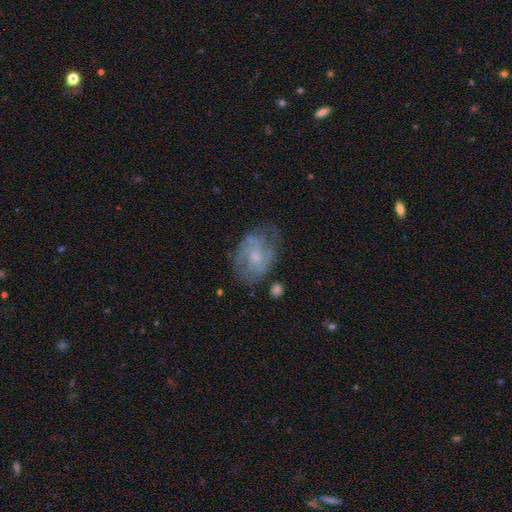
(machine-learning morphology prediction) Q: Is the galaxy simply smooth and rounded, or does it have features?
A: featured or disk — 66%.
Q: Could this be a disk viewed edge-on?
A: no — 97%.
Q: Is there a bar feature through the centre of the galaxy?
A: no — 71%.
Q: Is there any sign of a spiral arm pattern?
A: yes — 72%.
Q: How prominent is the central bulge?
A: small — 57%.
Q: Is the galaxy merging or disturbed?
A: none — 57%.